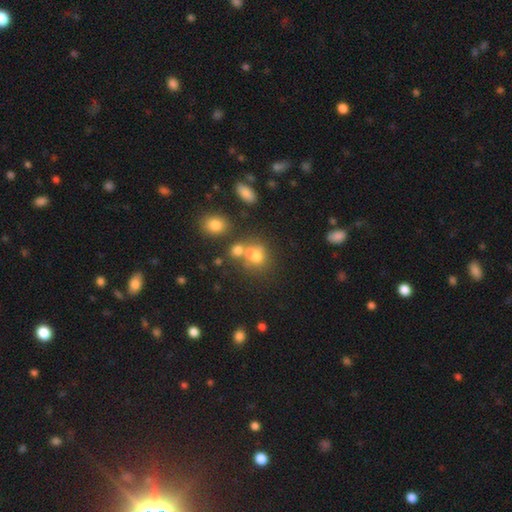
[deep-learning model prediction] Morphology: type=smooth (62%); roundness=in between (54%); merging=merger (46%).